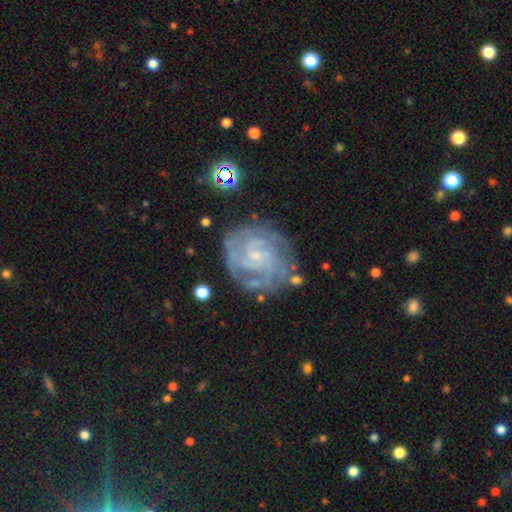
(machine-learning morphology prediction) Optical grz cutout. It shows a featured or disk galaxy (86%) with no bar (64%), tight (71%) spiral arms (96%) and a small central bulge (80%). Merging: none (74%).